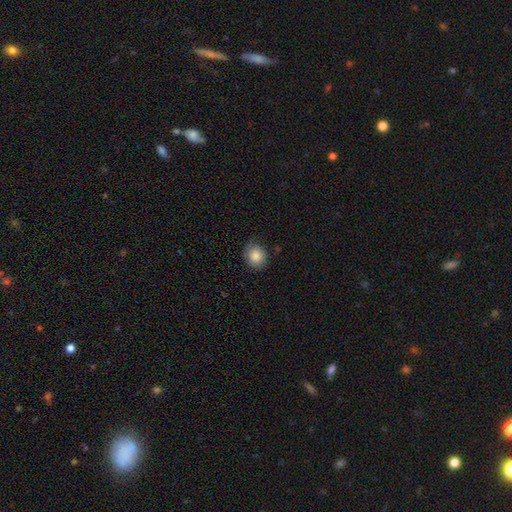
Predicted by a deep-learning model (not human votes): smooth_or_featured: smooth (p=0.86) [alt: star or artifact p=0.08]
how_rounded: round (p=0.78) [alt: in between p=0.21]
merging: none (p=0.76) [alt: minor disturbance p=0.19]